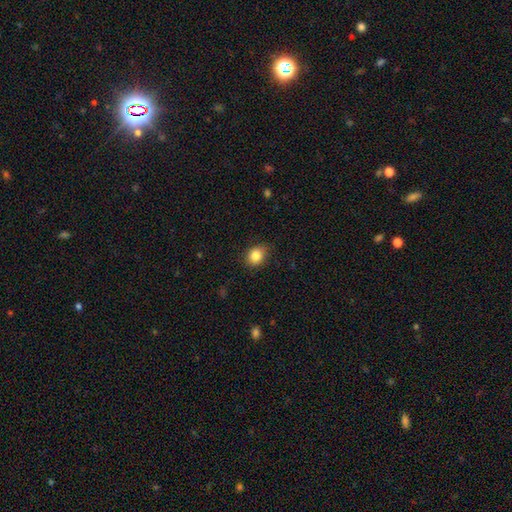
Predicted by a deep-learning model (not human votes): This appears to be a smooth galaxy with no disk features (84%) that is round (62%). Merging: none (81%).